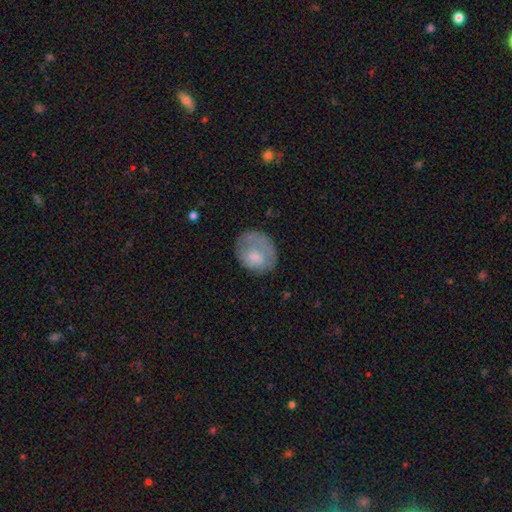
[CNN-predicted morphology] Smooth or featured? Predicted: smooth (p=0.65). How rounded? Predicted: round (p=0.56). Merging? Predicted: none (p=0.49).